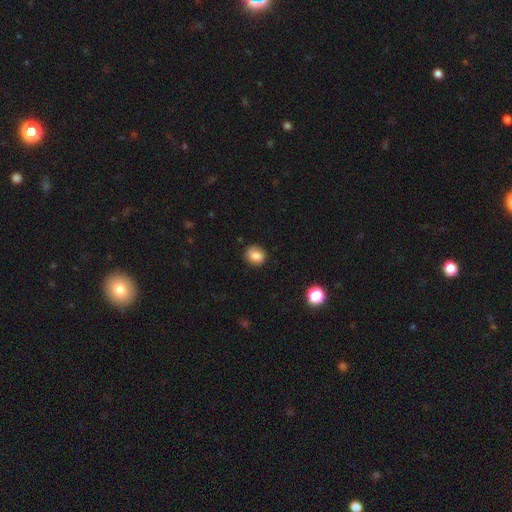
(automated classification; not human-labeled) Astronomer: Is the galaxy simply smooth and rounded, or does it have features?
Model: smooth — 79%.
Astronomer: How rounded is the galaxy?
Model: round — 61% (runner-up: in between, 38%).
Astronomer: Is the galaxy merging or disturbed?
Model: none — 78%.